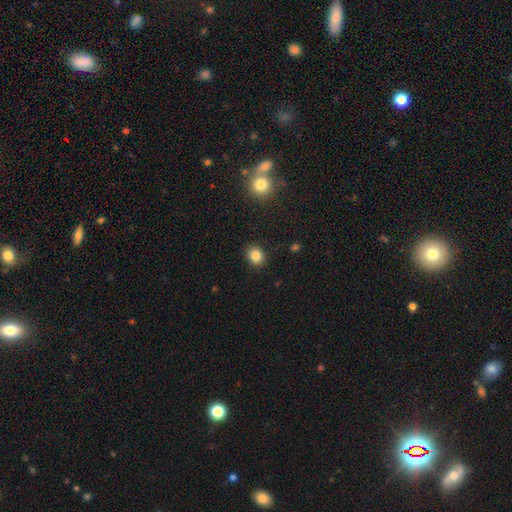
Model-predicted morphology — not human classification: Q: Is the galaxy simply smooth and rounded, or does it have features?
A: smooth — 84%.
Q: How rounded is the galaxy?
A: round — 66%.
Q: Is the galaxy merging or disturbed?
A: none — 89%.